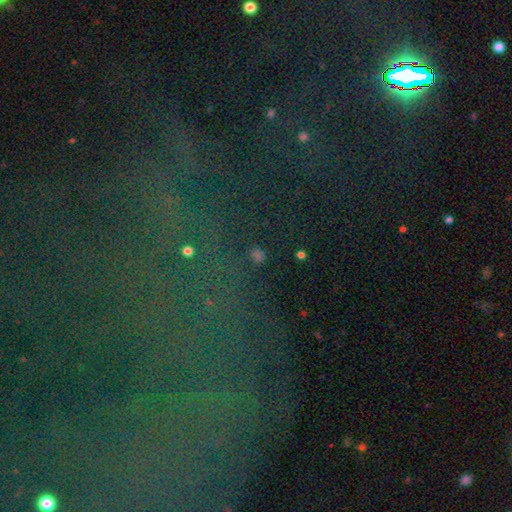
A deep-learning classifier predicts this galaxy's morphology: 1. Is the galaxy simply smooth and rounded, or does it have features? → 52% star or artifact, 41% smooth, 8% featured or disk.